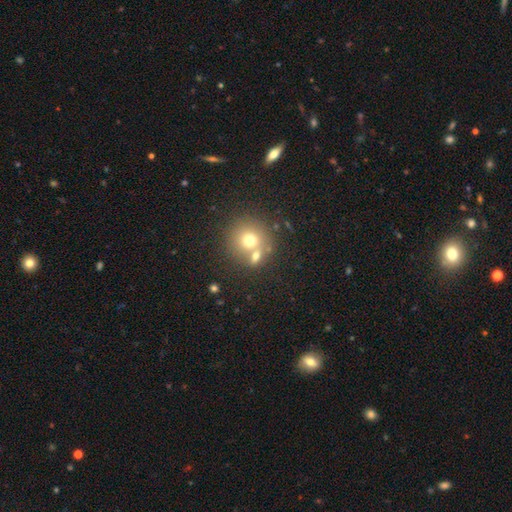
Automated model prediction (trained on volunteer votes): Overall: smooth (69%). How rounded: round (83%). Merging: none (49%; merger 38%).